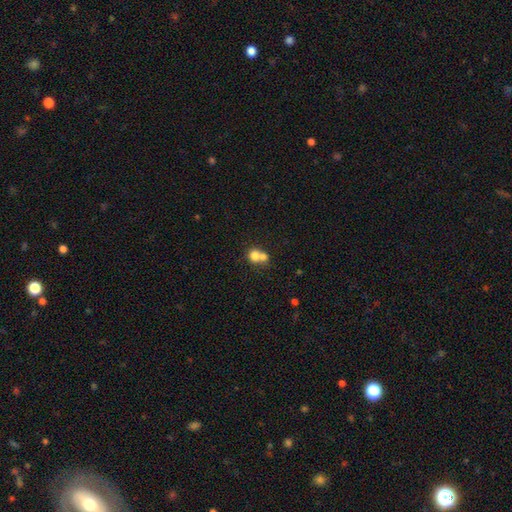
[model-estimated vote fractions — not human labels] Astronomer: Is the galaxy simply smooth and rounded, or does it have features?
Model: smooth — 74%.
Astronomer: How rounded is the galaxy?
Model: round — 78%.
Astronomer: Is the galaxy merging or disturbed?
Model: merger — 62%.